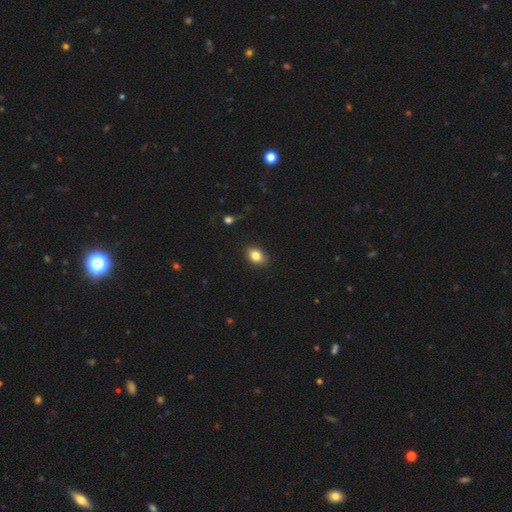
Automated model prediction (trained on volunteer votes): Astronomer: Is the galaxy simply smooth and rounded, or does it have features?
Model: smooth — 83%.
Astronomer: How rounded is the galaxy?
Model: in between — 78%.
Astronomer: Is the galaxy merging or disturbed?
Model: none — 86%.